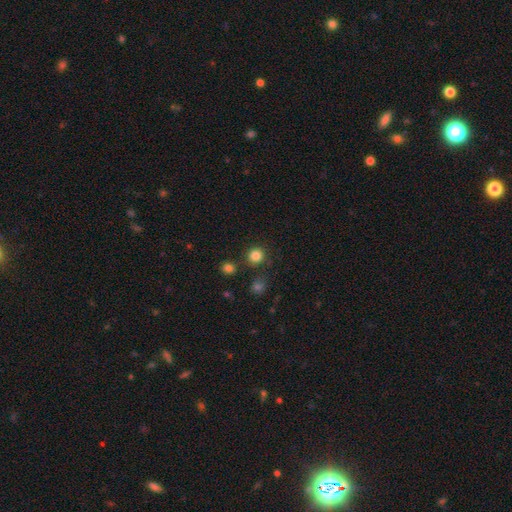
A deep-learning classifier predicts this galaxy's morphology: This appears to be a smooth galaxy with no disk features (84%) that is round (92%). Merging: none (85%).